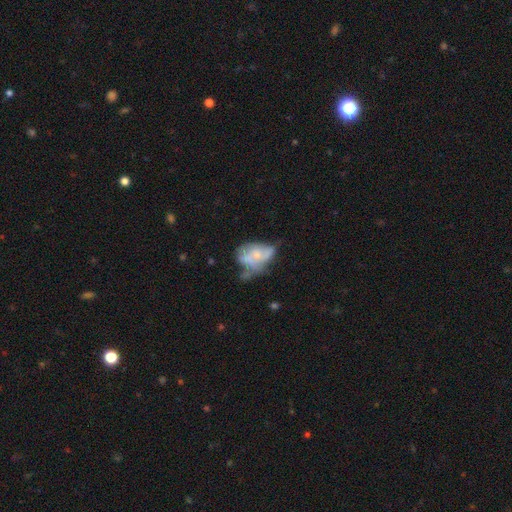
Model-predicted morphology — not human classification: A featured or disk galaxy (52%) with no bar (85%), no spiral arms (67%) and a small central bulge (57%). Merging: minor disturbance (28%, tied with major disturbance).